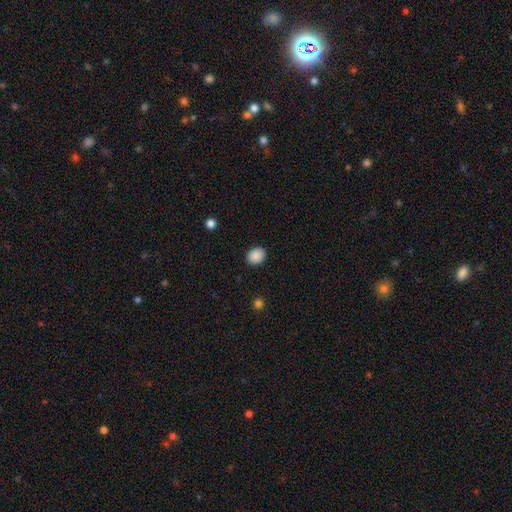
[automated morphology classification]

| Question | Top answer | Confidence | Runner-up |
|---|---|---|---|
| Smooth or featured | smooth | 89% | star or artifact (8%) |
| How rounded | round | 55% | in between (45%) |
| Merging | none | 89% | minor disturbance (8%) |